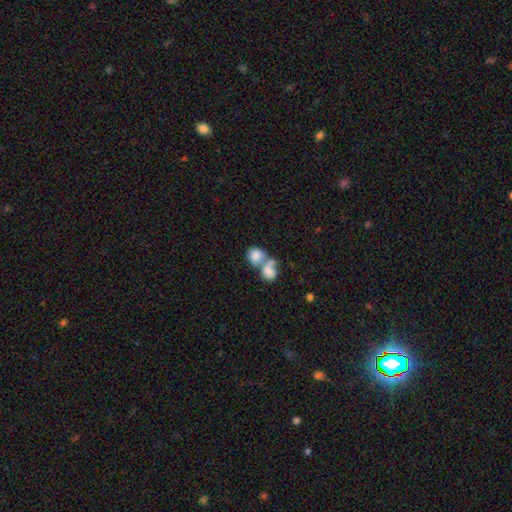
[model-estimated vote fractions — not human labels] Overall: smooth (79%). How rounded: round (56%; in between 43%). Merging: merger (72%).